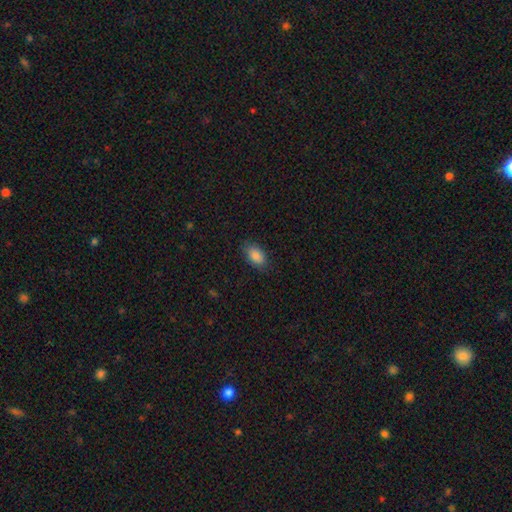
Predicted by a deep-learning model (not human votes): A smooth galaxy with no disk features (88%) that is in between round and cigar-shaped (92%). Merging: none (84%).